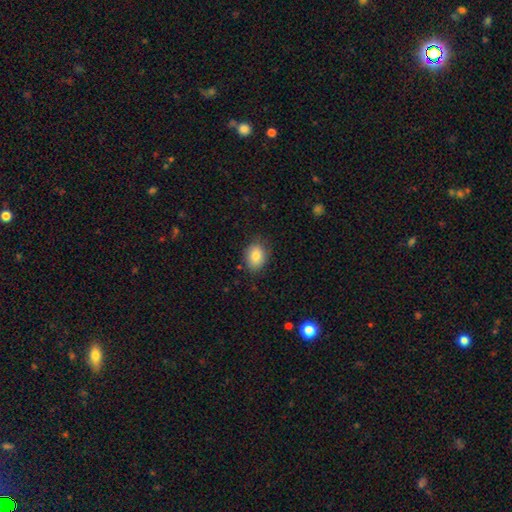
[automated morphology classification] This is clearly a smooth galaxy (83%). How rounded: likely in between (66%). Merging: clearly none (81%).